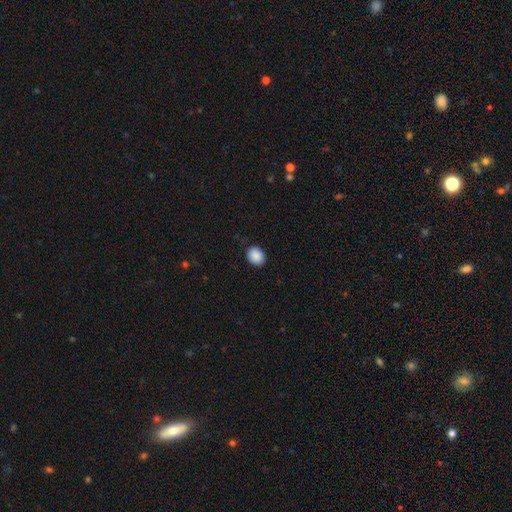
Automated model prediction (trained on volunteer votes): A smooth galaxy with no disk features (89%) that is round (57%).

Vote fractions:
- Smooth or featured? smooth: 89% / star or artifact: 8% / featured or disk: 3%
- How rounded? round: 57% / in between: 43% / cigar-shaped: 1%
- Merging? none: 89% / minor disturbance: 8% / major disturbance: 2% / merger: 1%